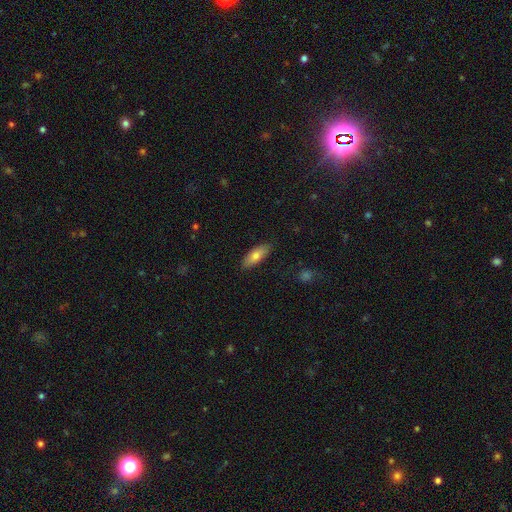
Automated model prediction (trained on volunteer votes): Morphology: type=smooth (76%); roundness=in between (72%); merging=none (87%).